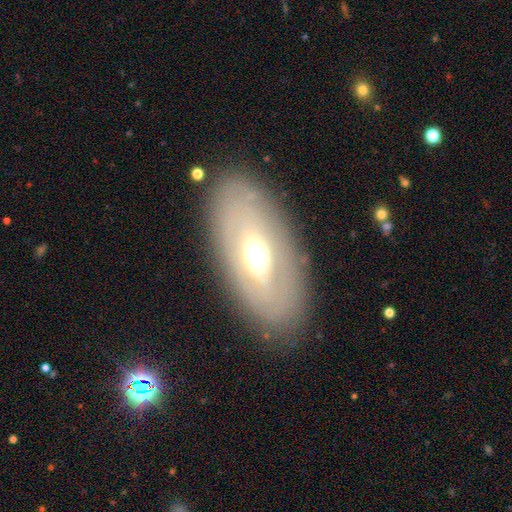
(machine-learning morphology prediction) Q: Smooth or featured?
A: featured or disk (56%); runner-up: smooth (37%)
Q: Edge-on disk?
A: no (84%); runner-up: yes (16%)
Q: Merging?
A: none (84%); runner-up: minor disturbance (10%)